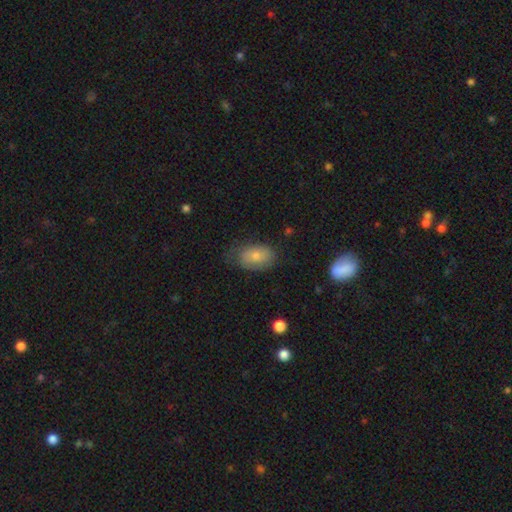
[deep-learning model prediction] Overall: smooth (72%). How rounded: in between (88%). Merging: none (64%; minor disturbance 27%).